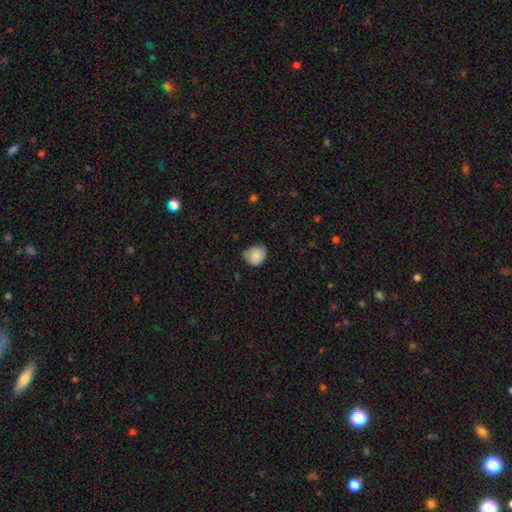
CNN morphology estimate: A smooth galaxy with no disk features (81%) that is round (63%). Merging: none (62%).